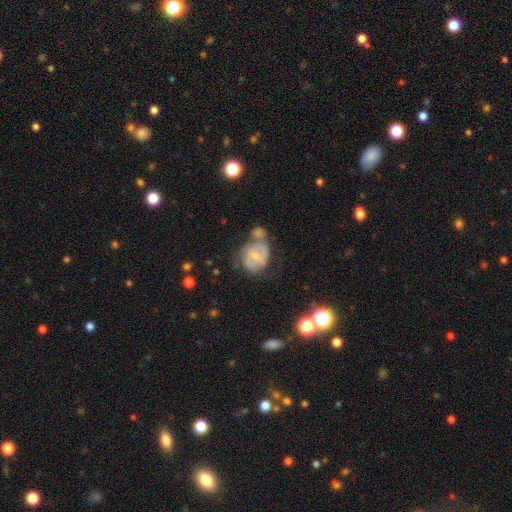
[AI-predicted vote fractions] Smooth or featured? featured or disk (63%)
Edge-on disk? no (97%)
Bar? no (48%)
Spiral arms? yes (78%)
Bulge size? small (62%)
Merging? none (34%)